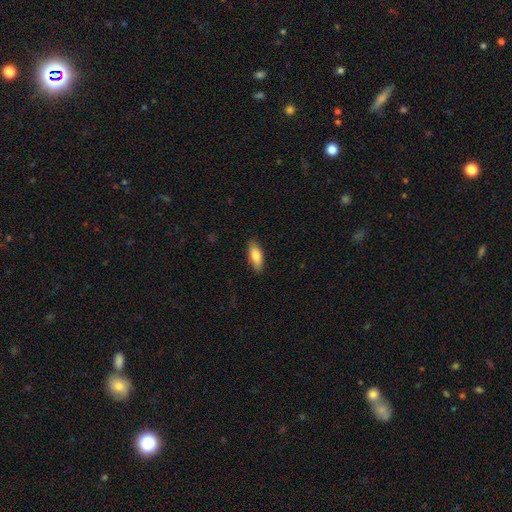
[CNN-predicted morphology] The model was most divided on "how rounded": in between: 75%, cigar-shaped: 22%, round: 2%. More confident: merging — none (86%); smooth or featured — smooth (82%).